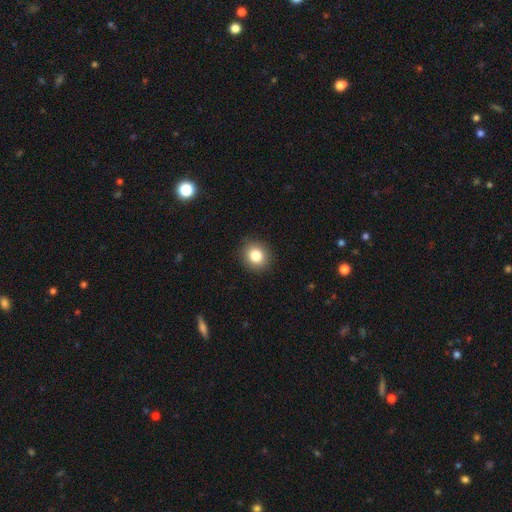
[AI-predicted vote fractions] Overall: smooth (83%). How rounded: round (78%). Merging: none (91%).